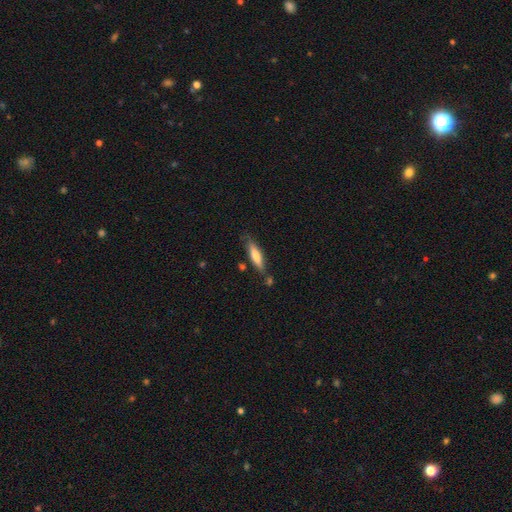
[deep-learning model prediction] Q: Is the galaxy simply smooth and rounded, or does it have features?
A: smooth — 63%.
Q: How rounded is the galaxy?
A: cigar-shaped — 78%.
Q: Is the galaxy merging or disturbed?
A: none — 74%.